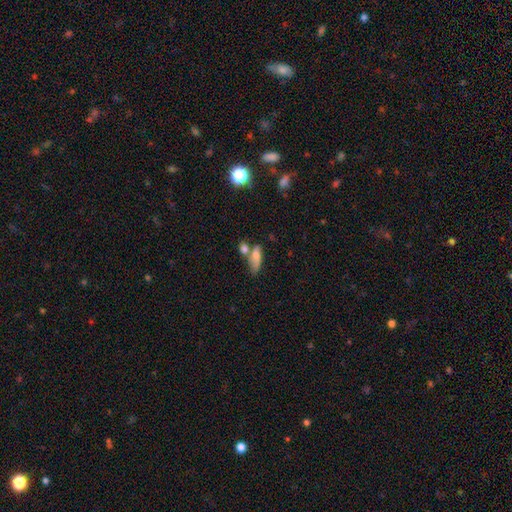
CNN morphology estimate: Smooth or featured? Predicted: smooth (p=0.68). How rounded? Predicted: in between (p=0.71). Merging? Predicted: merger (p=0.37).